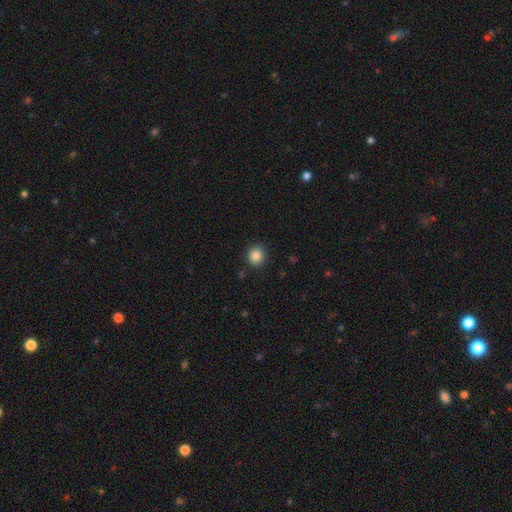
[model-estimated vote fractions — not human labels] A smooth galaxy with no disk features (86%) that is round (88%). Merging: none (89%).